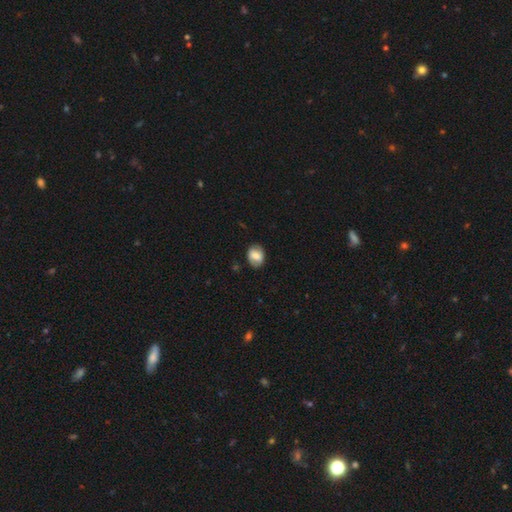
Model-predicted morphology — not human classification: A smooth galaxy with no disk features (70%) that is in between round and cigar-shaped (66%).

Vote fractions:
- Smooth or featured? smooth: 70% / featured or disk: 22% / star or artifact: 8%
- How rounded? in between: 66% / round: 33% / cigar-shaped: 1%
- Merging? none: 79% / minor disturbance: 16% / major disturbance: 4% / merger: 1%